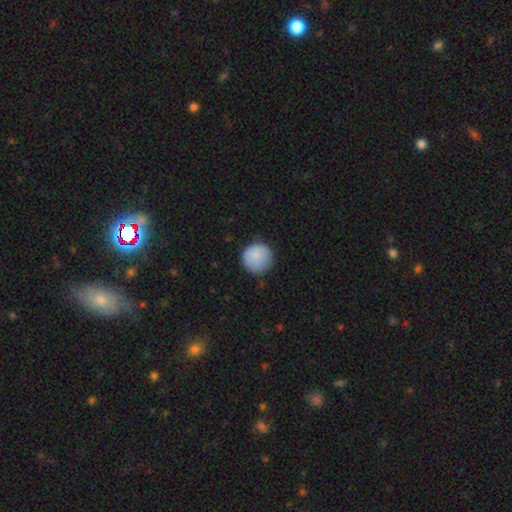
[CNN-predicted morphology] smooth 86%, star or artifact 7%, featured or disk 6%. Down the decision tree: how rounded — round (94%); merging — none (79%).